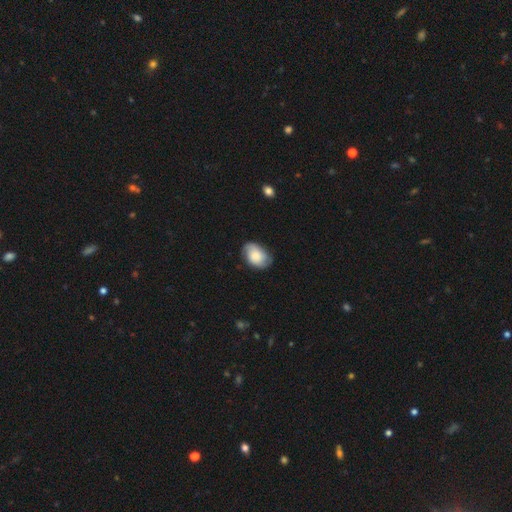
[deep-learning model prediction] A smooth galaxy with no disk features (61%) that is in between round and cigar-shaped (82%).

Vote fractions:
- Smooth or featured? smooth: 61% / featured or disk: 31% / star or artifact: 8%
- How rounded? in between: 82% / round: 17% / cigar-shaped: 1%
- Merging? none: 70% / minor disturbance: 23% / major disturbance: 5% / merger: 1%